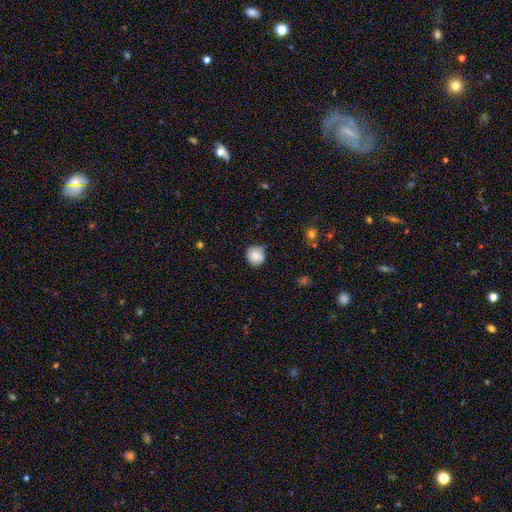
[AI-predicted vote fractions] A smooth galaxy with no disk features (84%) that is round (88%). Merging: none (76%).